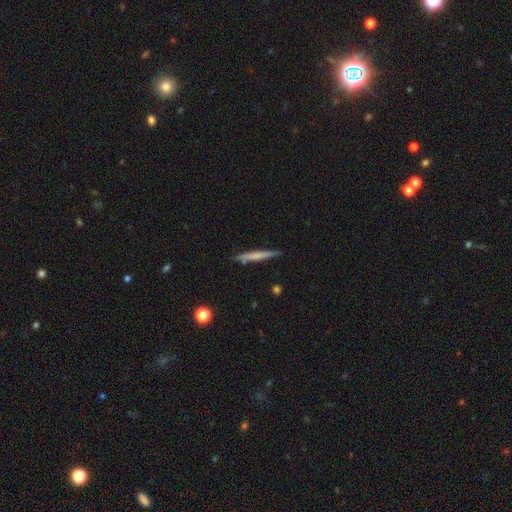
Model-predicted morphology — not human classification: A smooth galaxy with no disk features (57%) that is cigar-shaped (96%). Merging: none (85%).